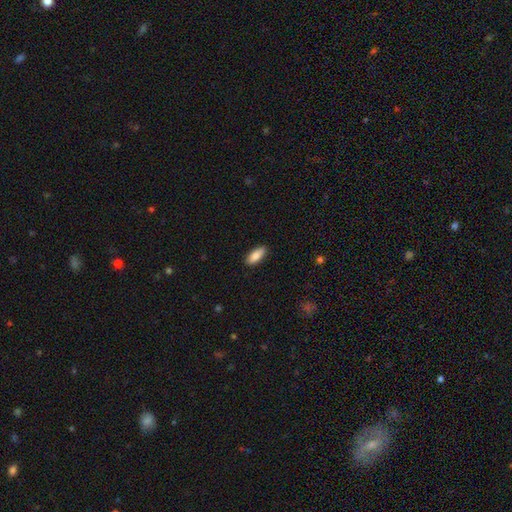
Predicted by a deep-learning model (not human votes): This appears to be a smooth galaxy with no disk features (86%) that is in between round and cigar-shaped (77%). Merging: none (88%).